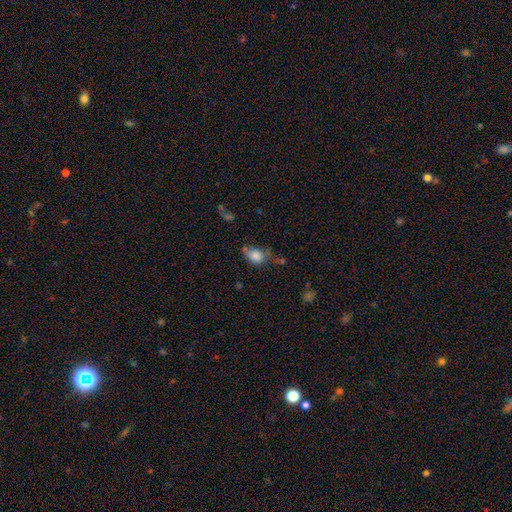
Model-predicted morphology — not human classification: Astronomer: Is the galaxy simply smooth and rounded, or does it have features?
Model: smooth — 82%.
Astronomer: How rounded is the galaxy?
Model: in between — 68%.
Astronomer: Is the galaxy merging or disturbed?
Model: none — 48% (runner-up: minor disturbance, 29%).